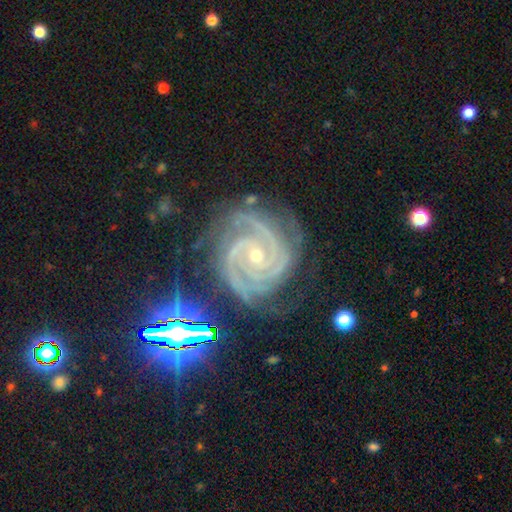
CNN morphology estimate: type=featured or disk (92%); edge-on=no (98%); bar=no (63%); spiral arms=yes (99%); winding=tight (80%); arm count=3 (38%); bulge=small (69%); merging=none (73%).